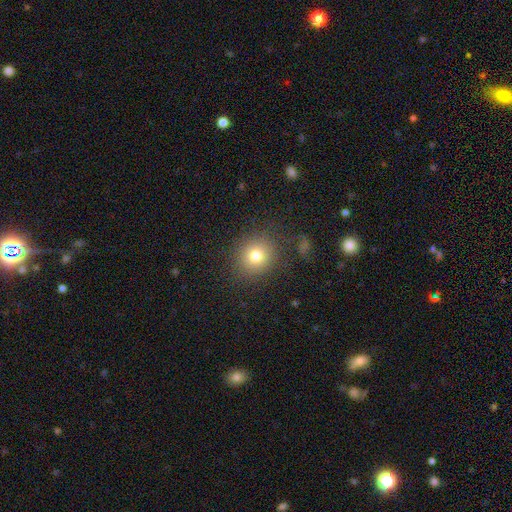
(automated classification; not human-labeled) Smooth or featured? smooth (78%)
How rounded? round (80%)
Merging? none (84%)